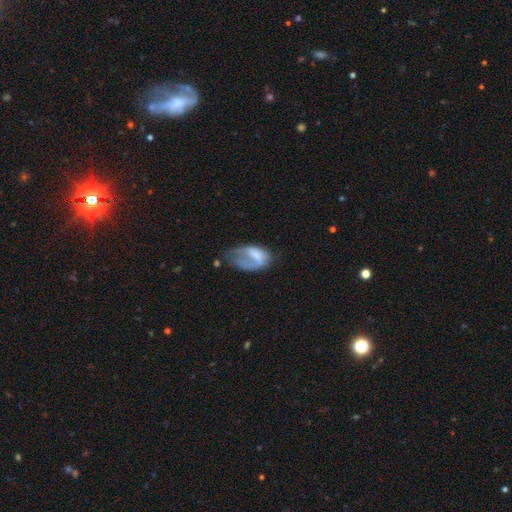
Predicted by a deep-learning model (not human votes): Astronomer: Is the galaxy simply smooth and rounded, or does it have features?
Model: smooth — 57% (runner-up: featured or disk, 36%).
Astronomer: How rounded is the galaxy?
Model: in between — 89%.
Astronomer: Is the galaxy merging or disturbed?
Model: major disturbance — 50% (runner-up: minor disturbance, 26%).